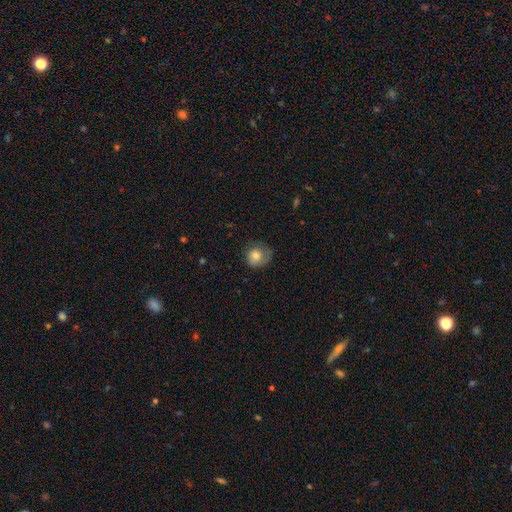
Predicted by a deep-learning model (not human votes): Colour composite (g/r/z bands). It shows a smooth galaxy with no disk features (73%) that is round (78%). Merging: none (54%).